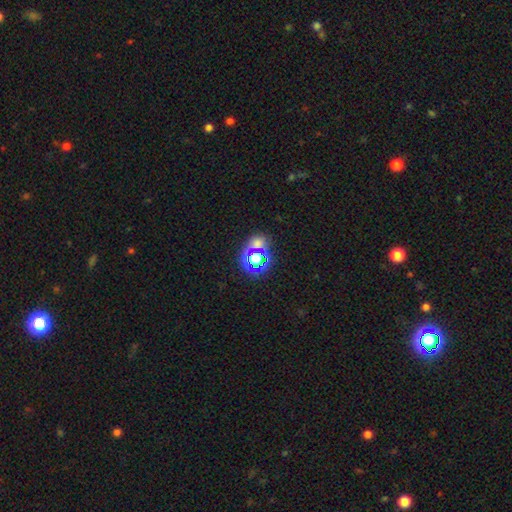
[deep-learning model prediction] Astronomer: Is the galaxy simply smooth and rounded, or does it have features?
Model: star or artifact — 58%.